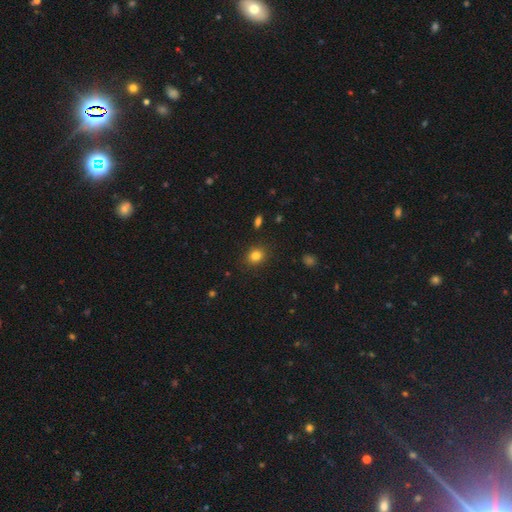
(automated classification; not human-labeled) This is clearly a smooth galaxy (82%). How rounded: possibly round (59%). Merging: clearly none (87%).